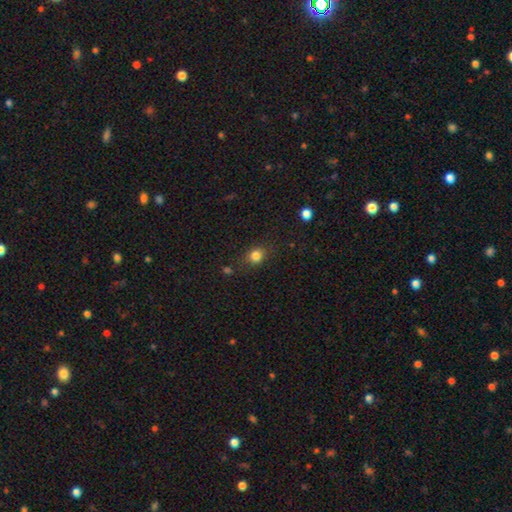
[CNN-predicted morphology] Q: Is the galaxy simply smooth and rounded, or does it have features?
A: smooth — 83%.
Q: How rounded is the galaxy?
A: round — 63%.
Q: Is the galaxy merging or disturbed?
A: none — 79%.